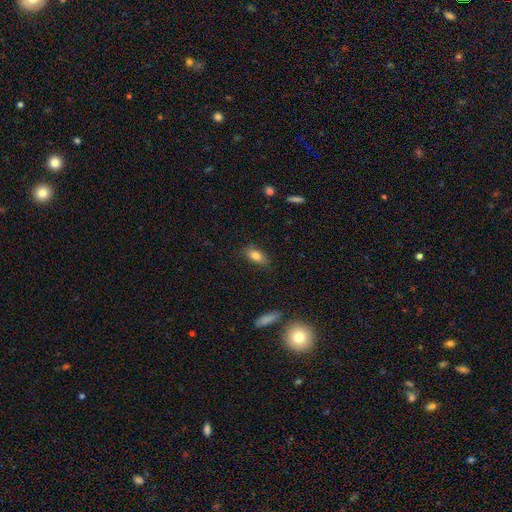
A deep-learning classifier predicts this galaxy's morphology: This appears to be a smooth galaxy with no disk features (80%) that is in between round and cigar-shaped (85%). Merging: none (81%).